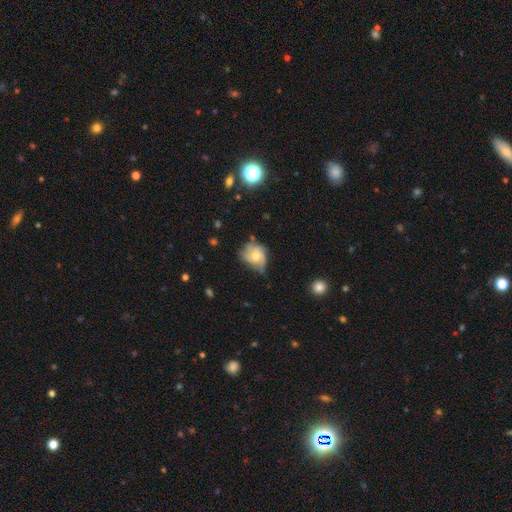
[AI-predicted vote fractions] Smooth or featured? featured or disk (58%)
Edge-on disk? no (97%)
Bar? no (75%)
Spiral arms? yes (80%)
Bulge size? moderate (63%)
Merging? none (51%)